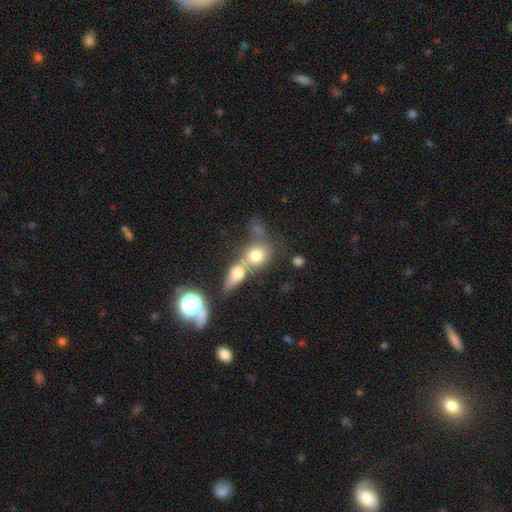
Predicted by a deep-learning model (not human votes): A smooth galaxy with no disk features (73%) that is round (61%). Merging: merger (66%).